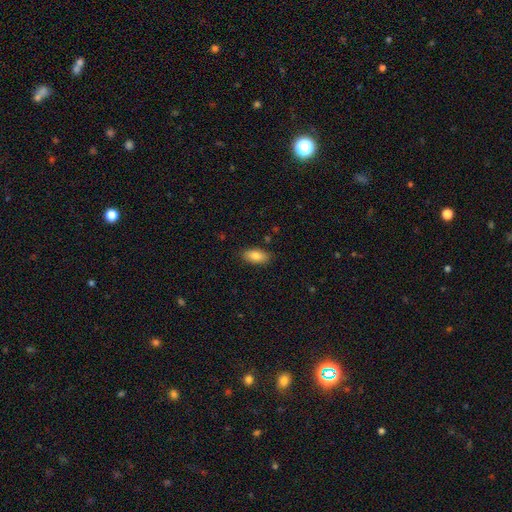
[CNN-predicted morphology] A smooth galaxy with no disk features (82%) that is in between round and cigar-shaped (90%). Merging: none (87%).